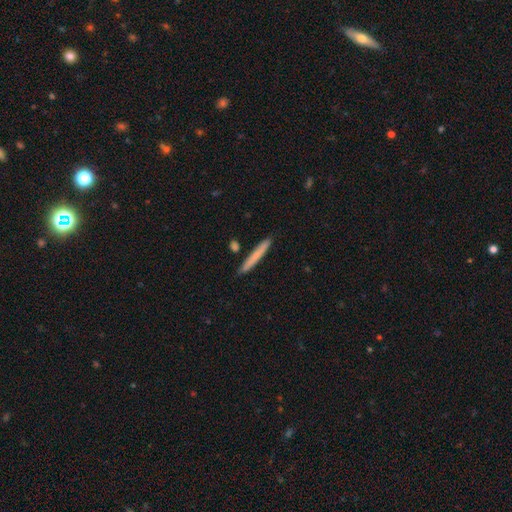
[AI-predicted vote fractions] Smooth or featured? Predicted: smooth (p=0.72). How rounded? Predicted: cigar-shaped (p=0.96). Merging? Predicted: none (p=0.88).